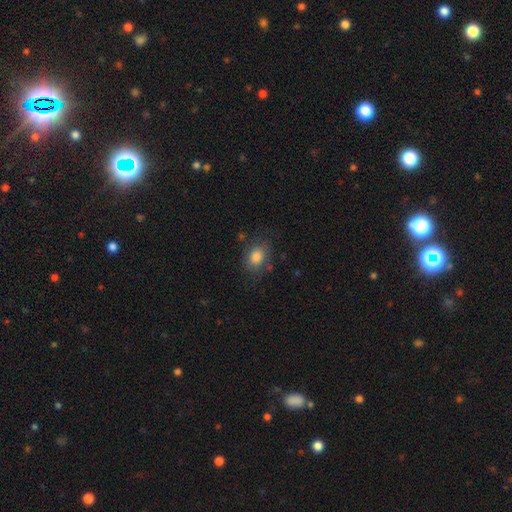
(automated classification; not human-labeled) The model was most divided on "how rounded": in between: 63%, round: 36%, cigar-shaped: 1%. More confident: smooth or featured — smooth (78%); merging — none (74%).